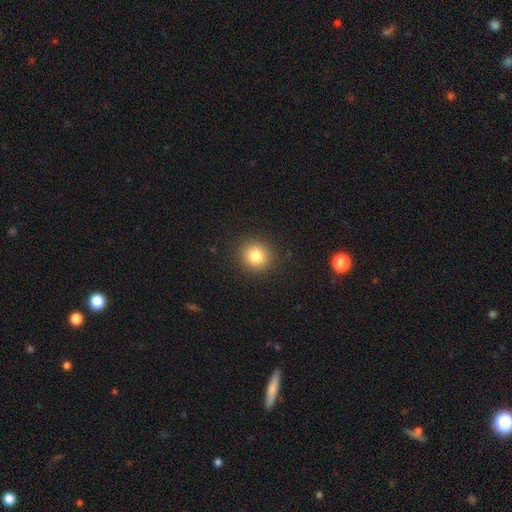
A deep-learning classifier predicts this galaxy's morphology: A smooth galaxy with no disk features (81%) that is round (89%). Merging: none (91%).